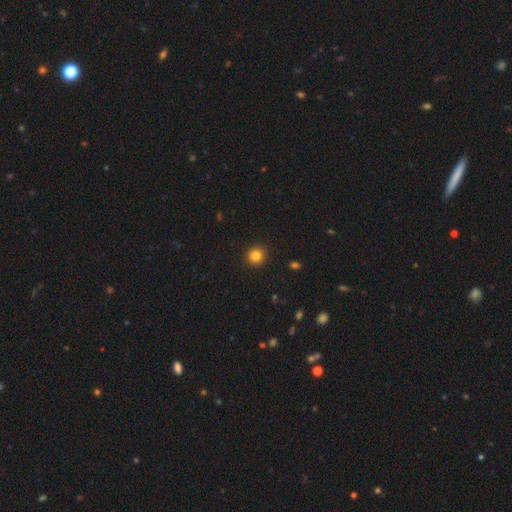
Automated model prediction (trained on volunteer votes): A smooth galaxy with no disk features (83%) that is round (92%). Merging: none (92%).